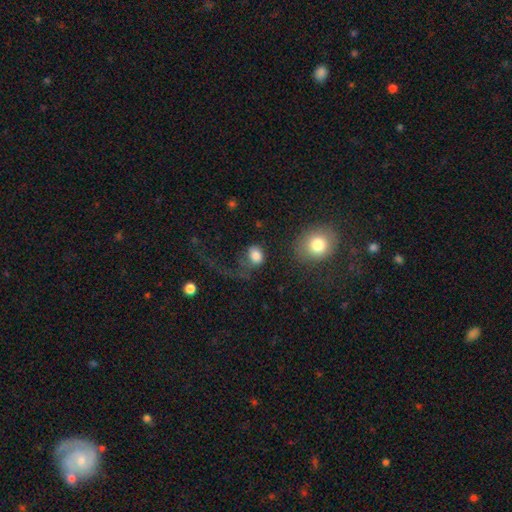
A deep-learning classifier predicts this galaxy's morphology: This appears to be a smooth galaxy with no disk features (78%) that is in between round and cigar-shaped (50%). Merging: major disturbance (40%).